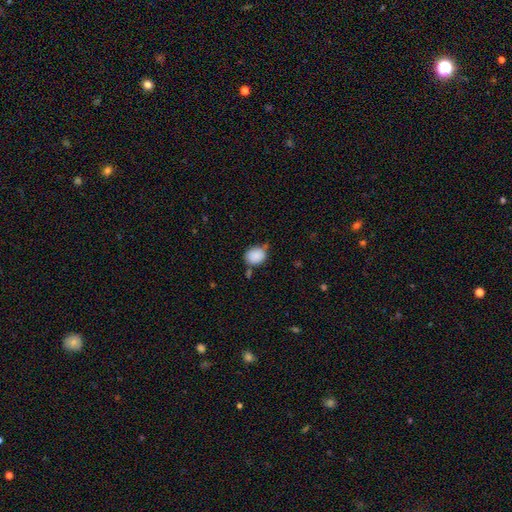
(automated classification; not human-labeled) Smooth or featured: smooth — 87% (star or artifact — 8%)
How rounded: in between — 51% (round — 48%)
Merging: none — 59% (minor disturbance — 26%)